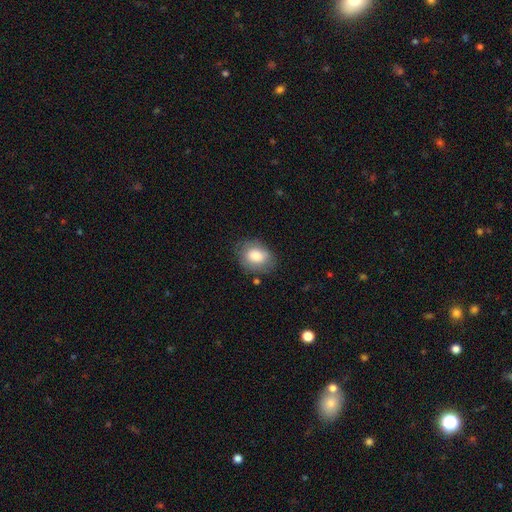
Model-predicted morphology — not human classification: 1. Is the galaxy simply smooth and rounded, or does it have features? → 81% smooth, 12% featured or disk, 7% star or artifact.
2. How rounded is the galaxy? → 72% in between, 27% round, 1% cigar-shaped.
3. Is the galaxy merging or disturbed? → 73% none, 20% minor disturbance, 6% major disturbance, 2% merger.